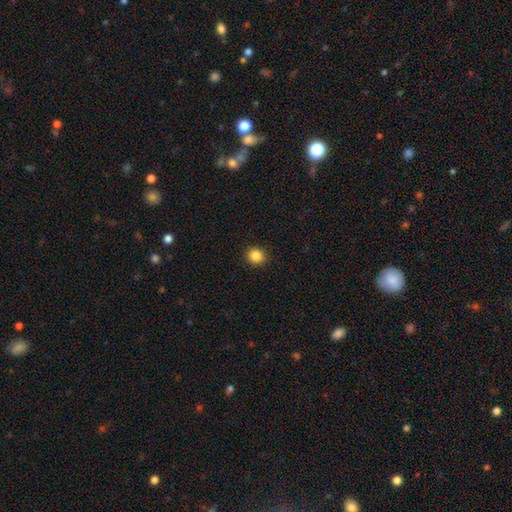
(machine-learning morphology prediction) Q: Smooth or featured?
A: smooth (86%); runner-up: star or artifact (11%)
Q: How rounded?
A: round (89%); runner-up: in between (10%)
Q: Merging?
A: none (92%); runner-up: minor disturbance (6%)